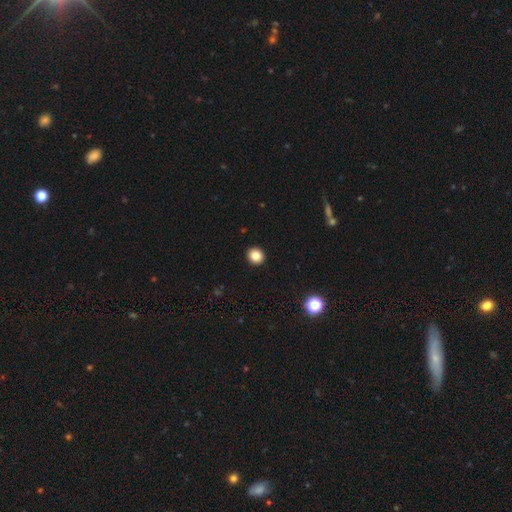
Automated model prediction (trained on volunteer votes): A smooth galaxy with no disk features (84%) that is round (85%). Merging: none (93%).